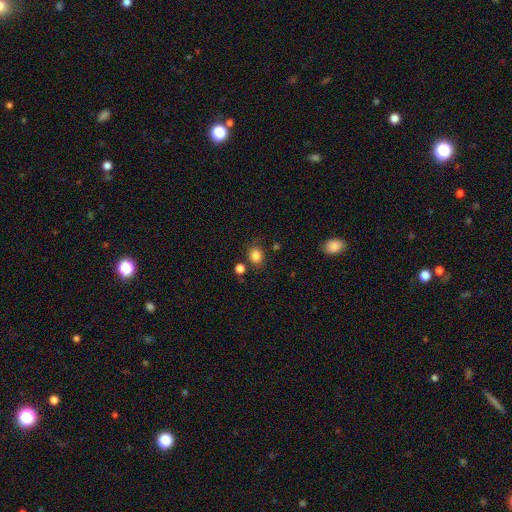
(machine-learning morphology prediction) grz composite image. It shows a smooth galaxy with no disk features (83%) that is round (67%). Merging: none (77%).